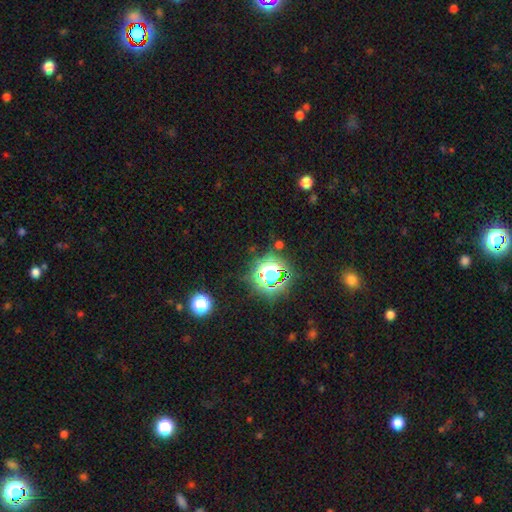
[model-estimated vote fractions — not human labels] A star or artifact, not a galaxy (76%).